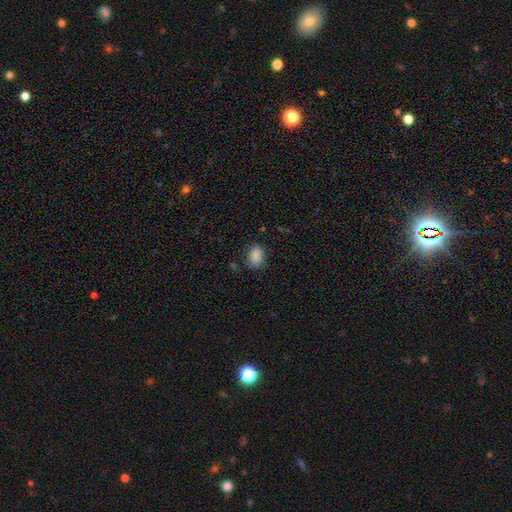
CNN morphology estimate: Smooth or featured?
  - smooth: 87% *
  - star or artifact: 9%
  - featured or disk: 4%
How rounded?
  - in between: 76% *
  - round: 23%
  - cigar-shaped: 1%
Merging?
  - none: 78% *
  - minor disturbance: 16%
  - major disturbance: 4%
  - merger: 2%